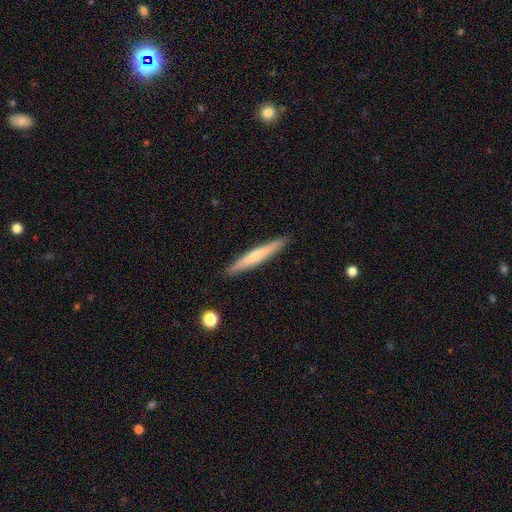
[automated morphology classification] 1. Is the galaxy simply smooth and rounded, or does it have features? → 57% smooth, 37% featured or disk, 5% star or artifact.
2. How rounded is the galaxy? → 95% cigar-shaped, 3% in between, 1% round.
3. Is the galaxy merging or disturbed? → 91% none, 6% minor disturbance, 1% major disturbance, 1% merger.